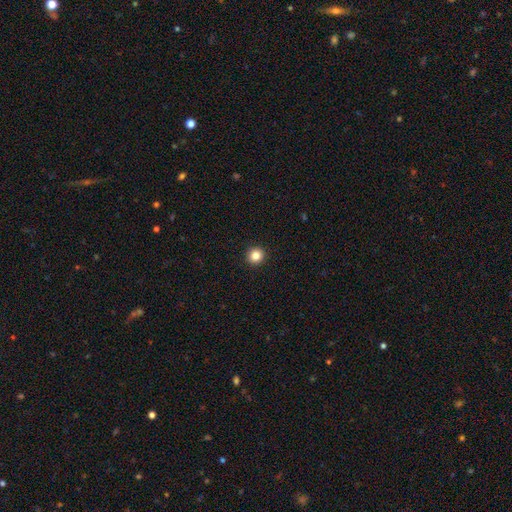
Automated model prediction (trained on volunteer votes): Smooth or featured: smooth — 84% (star or artifact — 11%)
How rounded: round — 94% (in between — 5%)
Merging: none — 94% (minor disturbance — 4%)